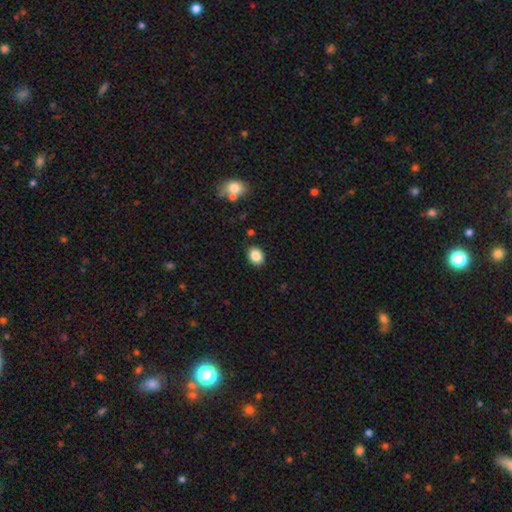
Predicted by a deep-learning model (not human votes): smooth-or-featured: smooth: 86% | star or artifact: 9% | featured or disk: 5%
  how-rounded: in between: 63% | round: 36% | cigar-shaped: 1%
  merging: none: 88% | minor disturbance: 8% | major disturbance: 2% | merger: 2%